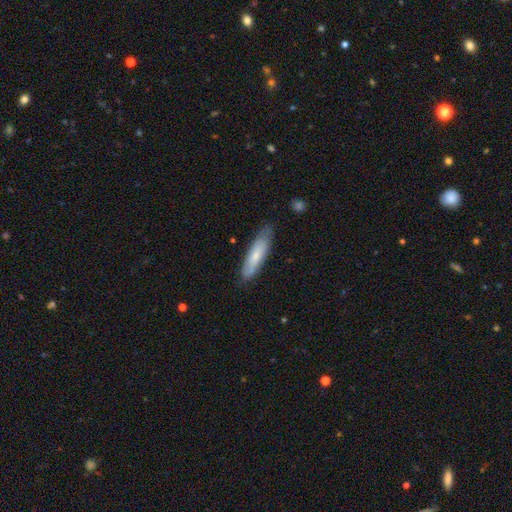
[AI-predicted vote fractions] Smooth or featured?
  - smooth: 63% *
  - featured or disk: 31%
  - star or artifact: 6%
How rounded?
  - cigar-shaped: 71% *
  - in between: 28%
  - round: 1%
Merging?
  - none: 77% *
  - minor disturbance: 18%
  - major disturbance: 3%
  - merger: 1%